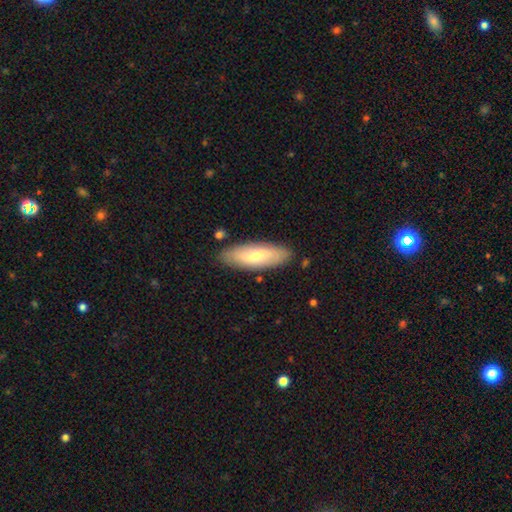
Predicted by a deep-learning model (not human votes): Smooth or featured?
  - smooth: 62% *
  - featured or disk: 33%
  - star or artifact: 5%
How rounded?
  - in between: 64% *
  - cigar-shaped: 34%
  - round: 2%
Merging?
  - none: 85% *
  - minor disturbance: 11%
  - major disturbance: 2%
  - merger: 2%